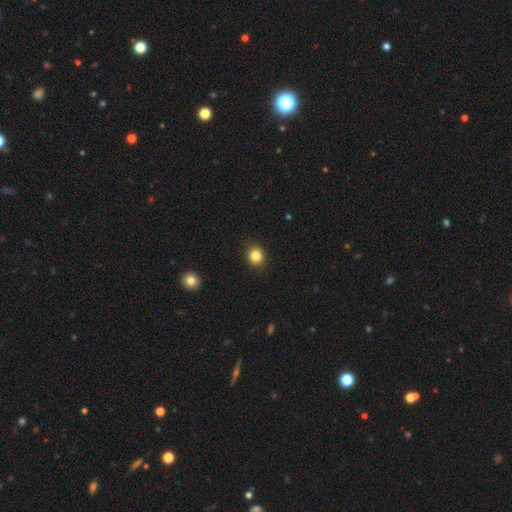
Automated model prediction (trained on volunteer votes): Smooth or featured: smooth — 84% (star or artifact — 11%)
How rounded: round — 76% (in between — 23%)
Merging: none — 89% (minor disturbance — 8%)